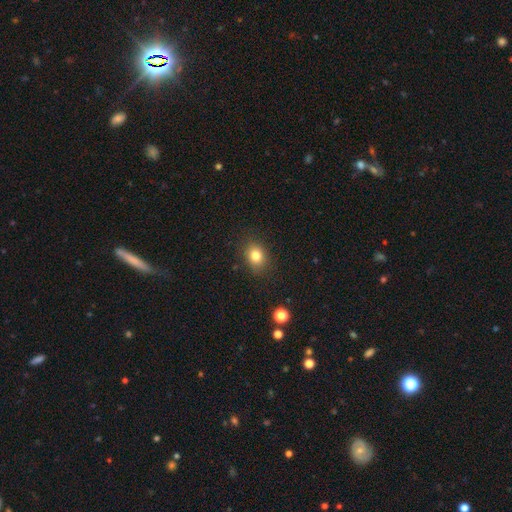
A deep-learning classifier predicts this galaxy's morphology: Smooth or featured? smooth (80%)
How rounded? round (51%)
Merging? none (86%)